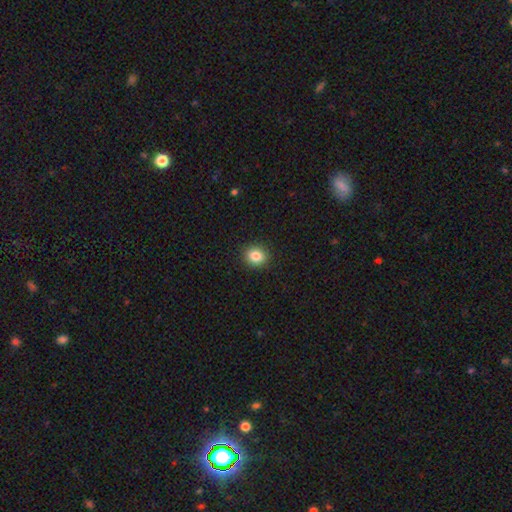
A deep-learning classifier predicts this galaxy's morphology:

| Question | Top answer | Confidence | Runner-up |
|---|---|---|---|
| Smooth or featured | smooth | 84% | star or artifact (11%) |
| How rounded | round | 77% | in between (22%) |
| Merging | none | 91% | minor disturbance (6%) |